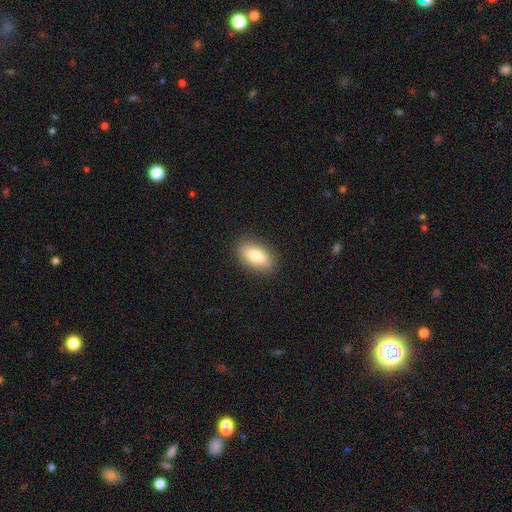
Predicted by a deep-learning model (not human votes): Morphology: type=smooth (82%); roundness=in between (89%); merging=none (88%).